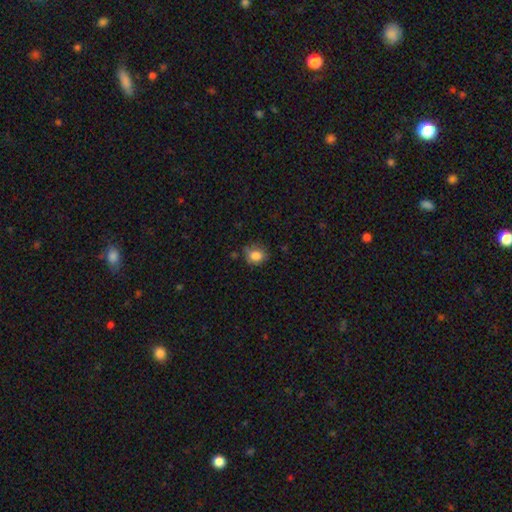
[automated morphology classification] This appears to be a smooth galaxy with no disk features (82%) that is round (60%). Merging: none (65%).